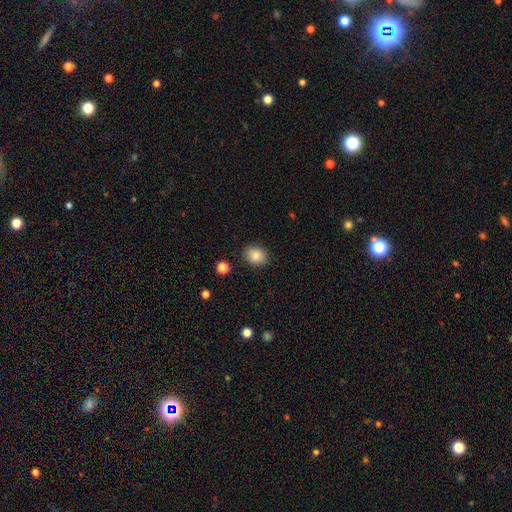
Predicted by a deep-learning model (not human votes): Morphology: type=smooth (85%); roundness=round (51%); merging=none (87%).